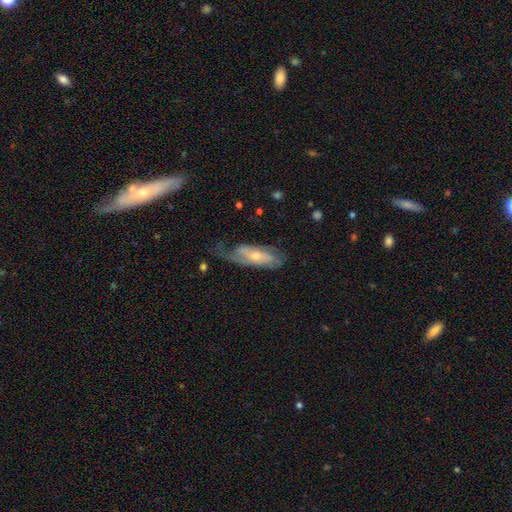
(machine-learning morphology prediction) smooth_or_featured: featured or disk (p=0.70) [alt: smooth p=0.23]
disk_edge_on: no (p=0.83) [alt: yes p=0.17]
bar: no (p=0.59) [alt: weak p=0.30]
has_spiral_arms: yes (p=0.86) [alt: no p=0.14]
bulge_size: small (p=0.53) [alt: moderate p=0.42]
merging: none (p=0.49) [alt: minor disturbance p=0.26]